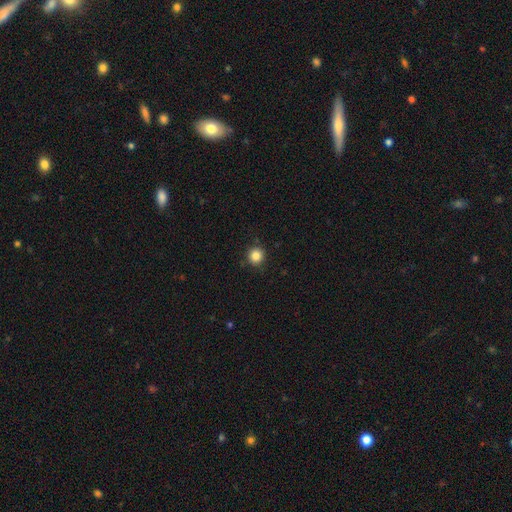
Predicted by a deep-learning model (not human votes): Overall: smooth (85%). How rounded: round (95%). Merging: none (89%).